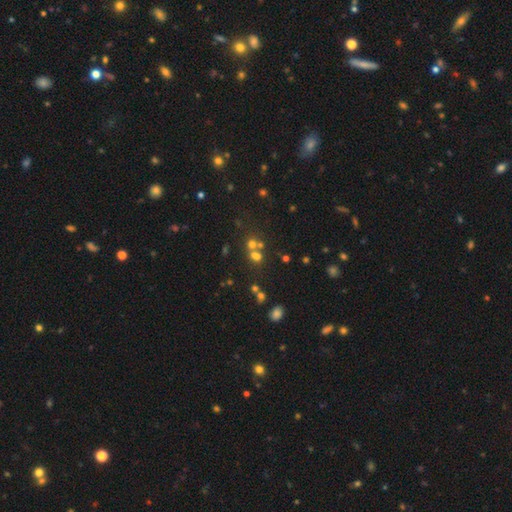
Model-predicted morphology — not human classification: This appears to be a smooth galaxy with no disk features (54%) that is round (74%). Merging: none (46%).